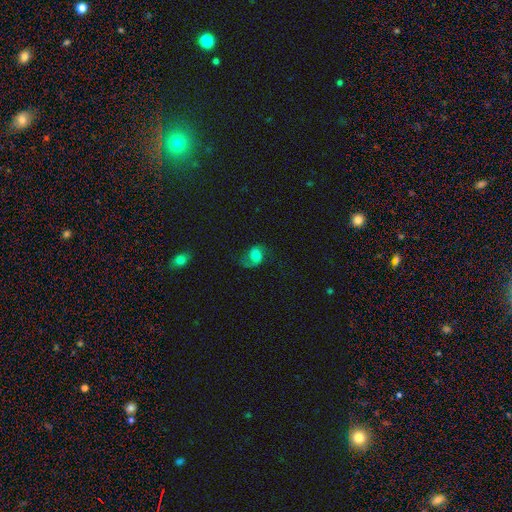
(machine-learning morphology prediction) Smooth or featured?
  - smooth: 47% *
  - featured or disk: 42%
  - star or artifact: 10%
Merging?
  - none: 52% *
  - major disturbance: 24%
  - minor disturbance: 22%
  - merger: 2%